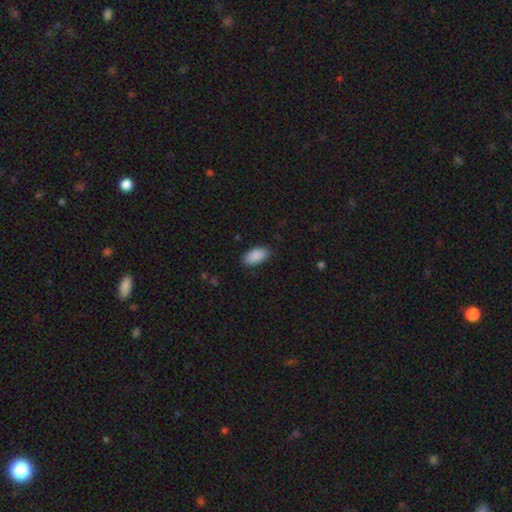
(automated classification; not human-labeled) smooth 90%, star or artifact 6%, featured or disk 4%. Down the decision tree: how rounded — in between (94%); merging — none (83%).